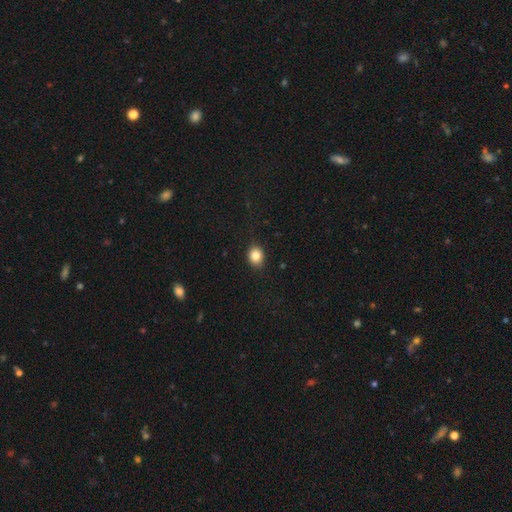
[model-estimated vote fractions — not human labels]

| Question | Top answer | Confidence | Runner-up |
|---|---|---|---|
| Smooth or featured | smooth | 83% | star or artifact (10%) |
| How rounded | round | 55% | in between (44%) |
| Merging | none | 86% | minor disturbance (11%) |